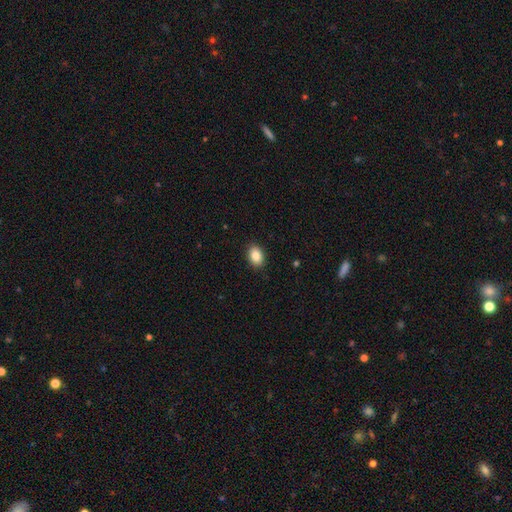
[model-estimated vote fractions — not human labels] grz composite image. It shows a smooth galaxy with no disk features (86%) that is in between round and cigar-shaped (81%). Merging: none (90%).